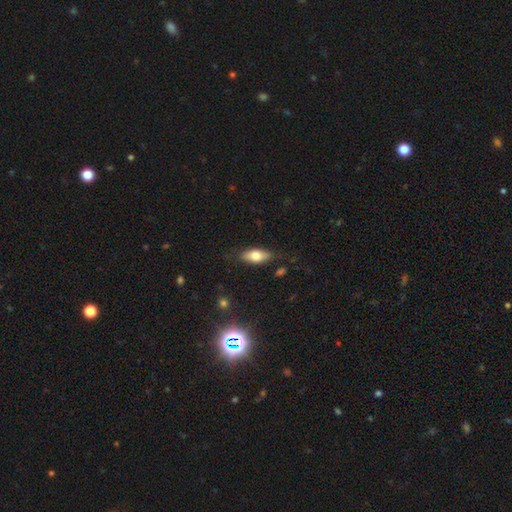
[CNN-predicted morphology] The model was most divided on "smooth or featured": smooth: 73%, featured or disk: 20%, star or artifact: 7%. More confident: how rounded — in between (84%); merging — none (79%).